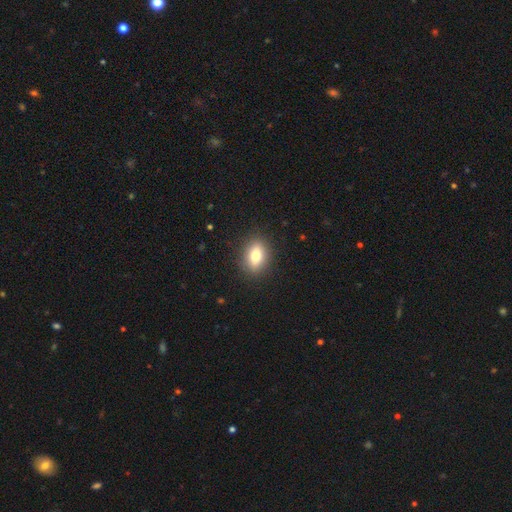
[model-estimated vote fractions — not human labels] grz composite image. It shows a smooth galaxy with no disk features (78%) that is in between round and cigar-shaped (79%). Merging: none (88%).